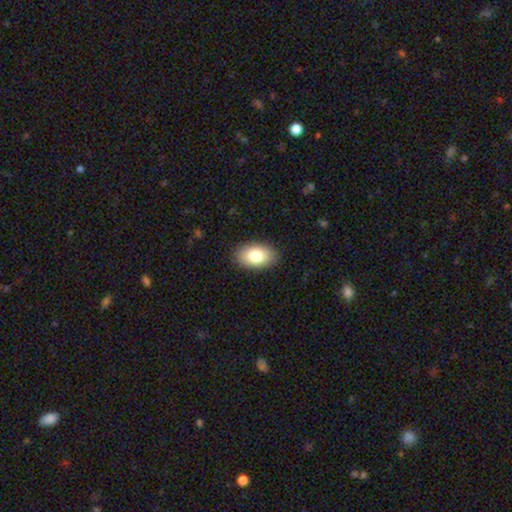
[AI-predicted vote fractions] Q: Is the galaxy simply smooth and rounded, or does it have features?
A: smooth — 81%.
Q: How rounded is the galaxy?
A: in between — 92%.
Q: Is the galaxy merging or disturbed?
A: none — 88%.